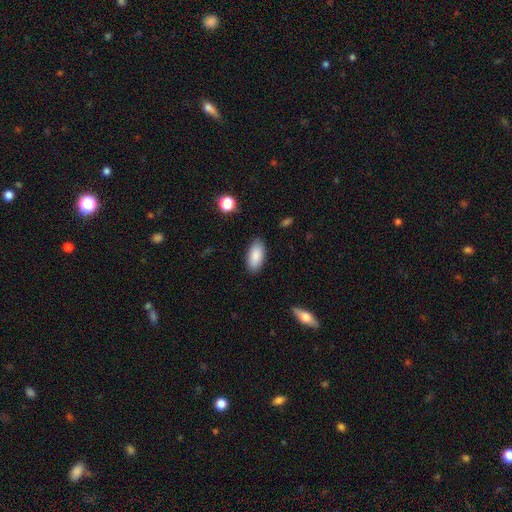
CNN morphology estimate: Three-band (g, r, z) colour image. It shows a smooth galaxy with no disk features (88%) that is in between round and cigar-shaped (92%). Merging: none (87%).